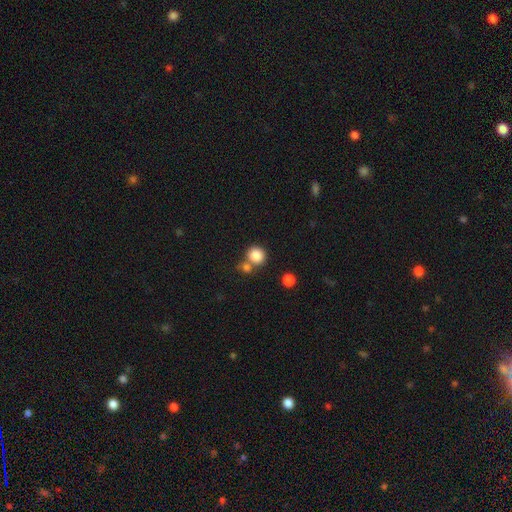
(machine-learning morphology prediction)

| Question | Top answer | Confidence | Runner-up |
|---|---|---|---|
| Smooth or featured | smooth | 84% | star or artifact (10%) |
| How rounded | round | 87% | in between (12%) |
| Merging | none | 60% | merger (28%) |